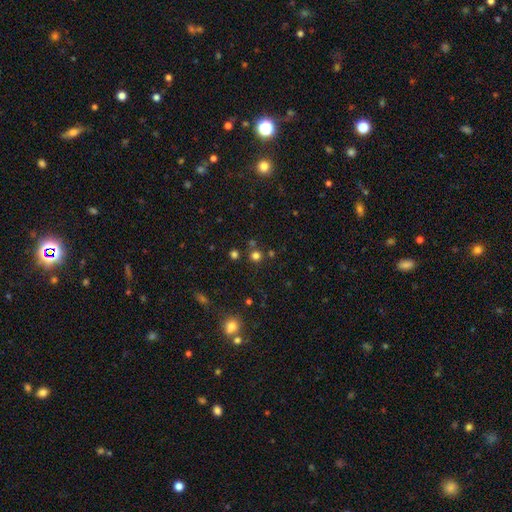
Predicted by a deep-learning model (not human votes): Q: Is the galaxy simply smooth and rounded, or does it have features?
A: smooth — 69%.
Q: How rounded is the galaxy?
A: round — 92%.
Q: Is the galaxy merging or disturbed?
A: none — 79%.